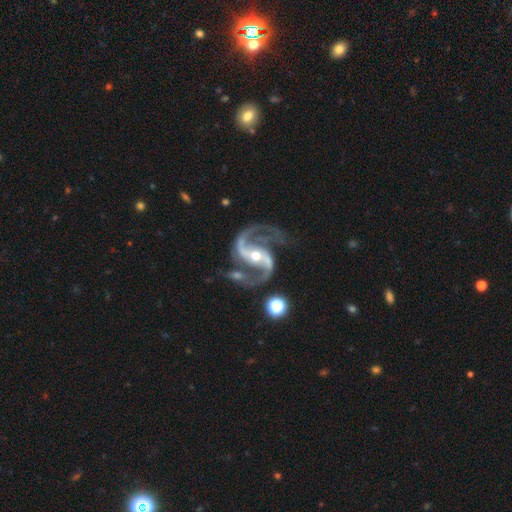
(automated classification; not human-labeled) A featured or disk galaxy (93%) with a strong bar (37%), 2 (93%) medium (62%) spiral arms (99%) and a moderate central bulge (61%).

Vote fractions:
- Smooth or featured? featured or disk: 93% / star or artifact: 5% / smooth: 2%
- Edge-on disk? no: 98% / yes: 2%
- Bar? strong: 37% / weak: 33% / no: 30%
- Spiral arms? yes: 99% / no: 1%
- Spiral winding? medium: 62% / loose: 28% / tight: 10%
- Spiral arm count? 2: 93% / 3: 2% / can't tell: 1% / 1: 1% / 4: 1% / more than 4: 1%
- Bulge size? moderate: 61% / small: 34% / large: 3% / none: 1% / dominant: 1%
- Merging? none: 66% / minor disturbance: 17% / major disturbance: 10% / merger: 6%